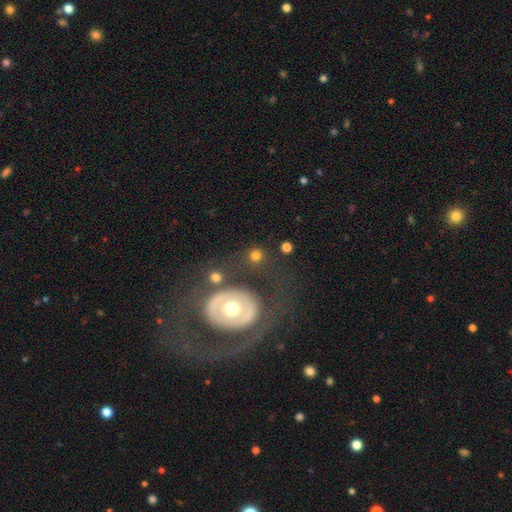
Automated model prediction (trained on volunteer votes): smooth-or-featured: smooth: 66% | featured or disk: 23% | star or artifact: 11%
  how-rounded: round: 82% | in between: 16% | cigar-shaped: 1%
  merging: none: 70% | minor disturbance: 12% | merger: 10% | major disturbance: 9%